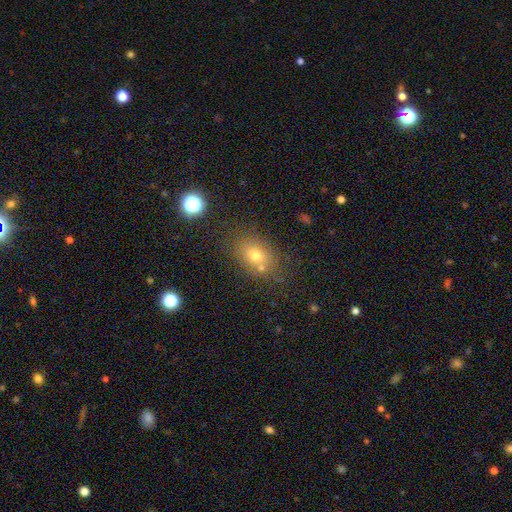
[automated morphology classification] This is likely a smooth galaxy (70%). How rounded: likely in between (65%). Merging: likely none (71%).